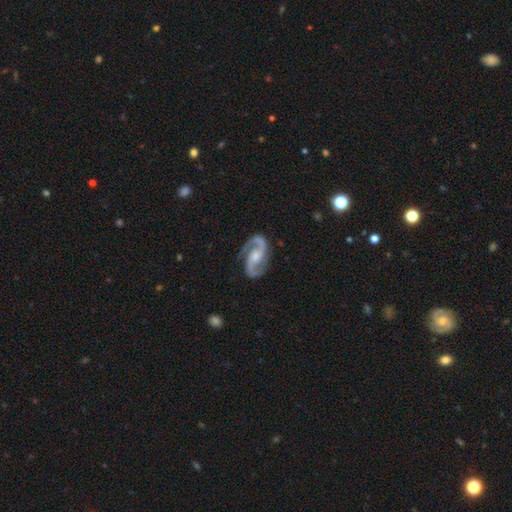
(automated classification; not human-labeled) Overall: featured or disk (93%). Edge-on disk: no (98%). Bar: no (46%; weak 39%). Spiral arms: yes (98%). Spiral arm count: 2 (94%). Spiral winding: medium (60%; loose 23%). Bulge size: moderate (56%; small 29%). Merging: none (82%).